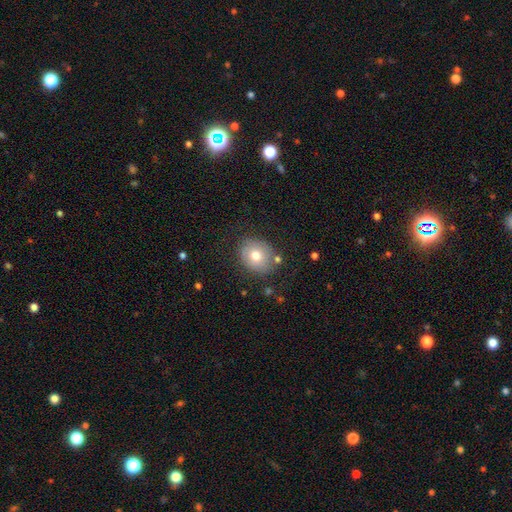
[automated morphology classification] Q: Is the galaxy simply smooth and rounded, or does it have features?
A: smooth — 73%.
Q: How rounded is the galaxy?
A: round — 64%.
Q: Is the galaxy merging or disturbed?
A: none — 77%.